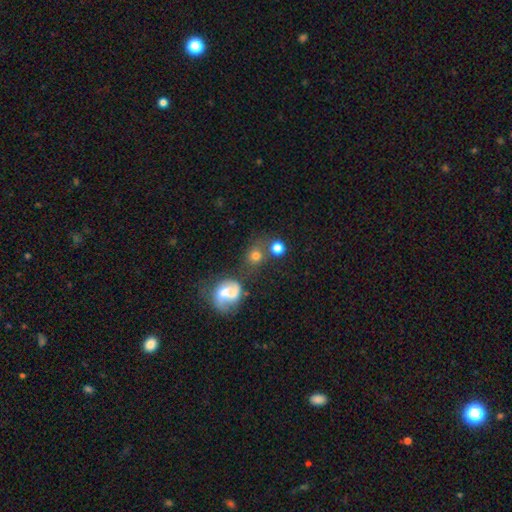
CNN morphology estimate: Smooth or featured? smooth (72%)
How rounded? round (81%)
Merging? none (55%)